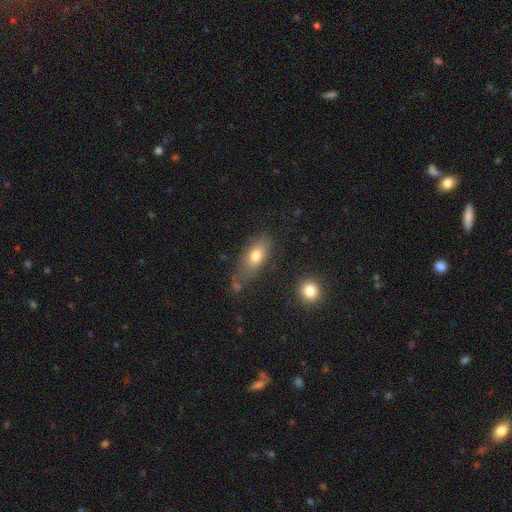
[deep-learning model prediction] smooth-or-featured: smooth: 73% | featured or disk: 19% | star or artifact: 8%
  how-rounded: in between: 84% | cigar-shaped: 10% | round: 6%
  merging: none: 59% | minor disturbance: 24% | major disturbance: 10% | merger: 7%